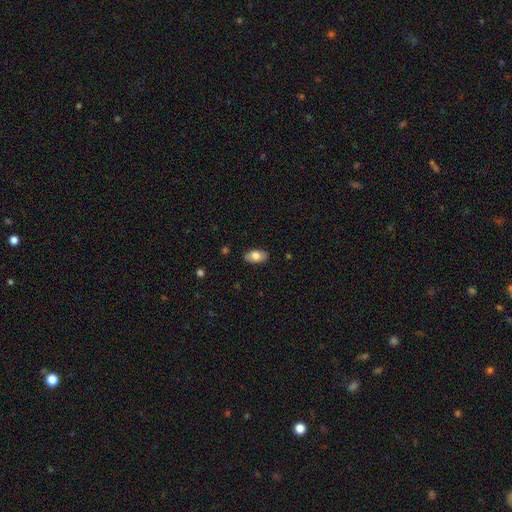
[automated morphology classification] This is likely a smooth galaxy (77%). How rounded: clearly in between (93%). Merging: clearly none (87%).